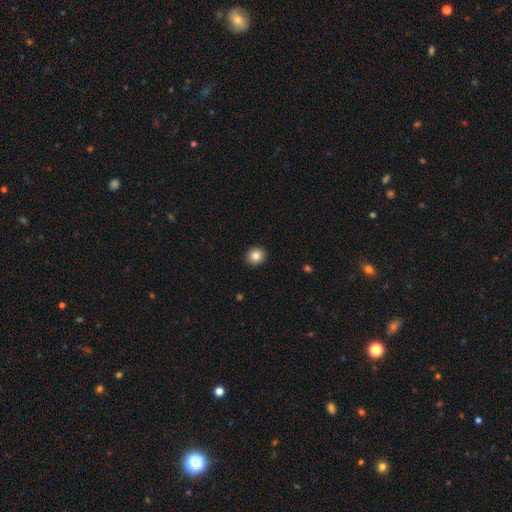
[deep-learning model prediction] Smooth or featured?
  - smooth: 84% *
  - star or artifact: 9%
  - featured or disk: 6%
How rounded?
  - round: 76% *
  - in between: 23%
  - cigar-shaped: 1%
Merging?
  - none: 92% *
  - minor disturbance: 6%
  - major disturbance: 2%
  - merger: 1%